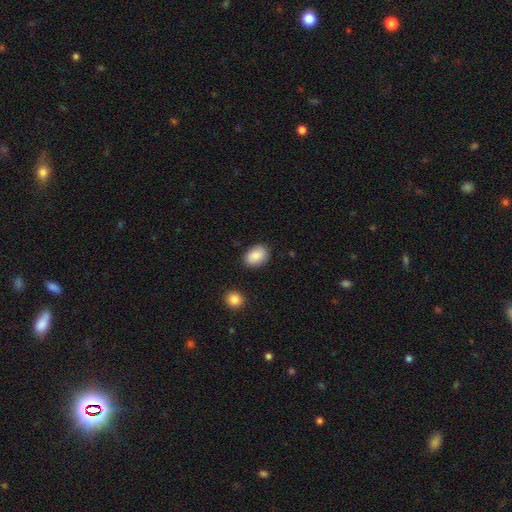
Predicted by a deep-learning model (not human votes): This appears to be a smooth galaxy with no disk features (87%) that is in between round and cigar-shaped (79%). Merging: none (85%).